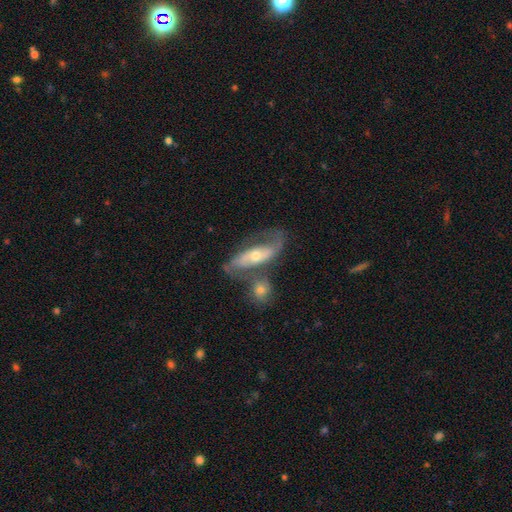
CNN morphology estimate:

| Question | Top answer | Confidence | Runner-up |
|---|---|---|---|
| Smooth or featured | featured or disk | 71% | smooth (22%) |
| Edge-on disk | no | 82% | yes (18%) |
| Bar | no | 53% | weak (27%) |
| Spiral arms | yes | 82% | no (18%) |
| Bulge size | moderate | 58% | small (36%) |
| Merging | none | 40% | merger (28%) |